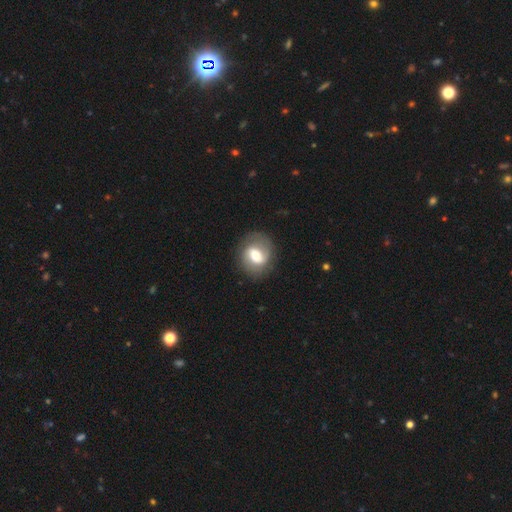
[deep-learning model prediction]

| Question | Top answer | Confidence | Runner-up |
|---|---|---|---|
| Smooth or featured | featured or disk | 52% | smooth (41%) |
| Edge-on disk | no | 96% | yes (4%) |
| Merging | none | 81% | minor disturbance (12%) |